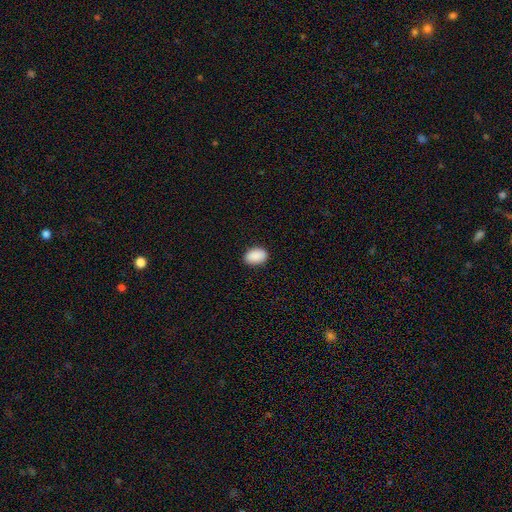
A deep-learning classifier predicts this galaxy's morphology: Smooth or featured? Predicted: smooth (p=0.91). How rounded? Predicted: in between (p=0.87). Merging? Predicted: none (p=0.89).